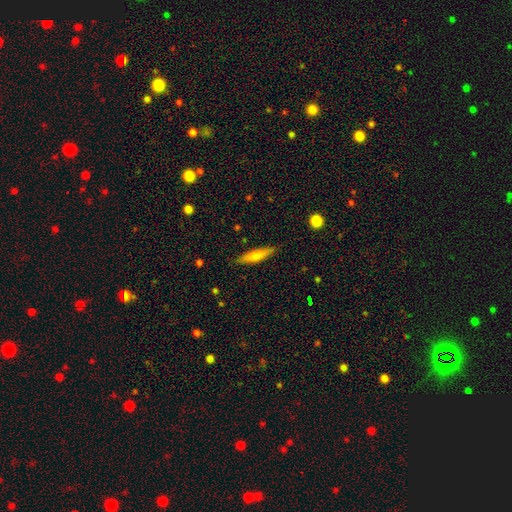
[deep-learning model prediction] The model was most divided on "smooth or featured": smooth: 66%, featured or disk: 28%, star or artifact: 6%. More confident: merging — none (87%); how rounded — cigar-shaped (81%).